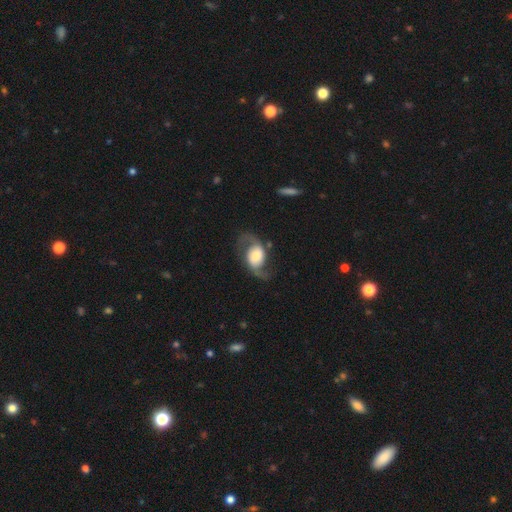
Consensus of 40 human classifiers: Smooth or featured? featured or disk (68%)
Edge-on disk? no (96%)
Bar? no (54%)
Spiral arms? yes (85%)
Spiral winding? loose (59%)
Spiral arm count? 2 (95%)
Bulge size? large (46%)
Merging? none (53%)